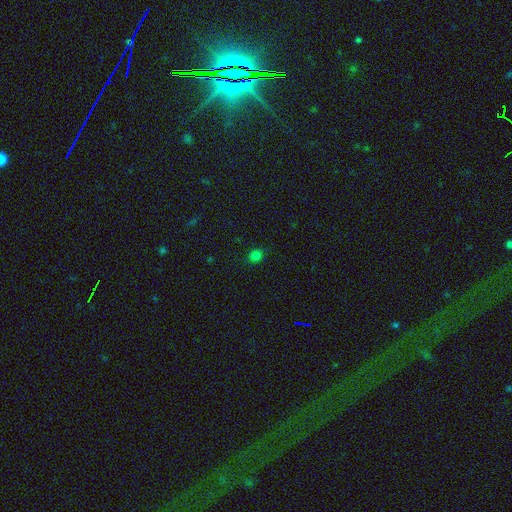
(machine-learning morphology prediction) smooth-or-featured: smooth: 78% | star or artifact: 19% | featured or disk: 4%
  how-rounded: round: 76% | in between: 23% | cigar-shaped: 1%
  merging: none: 83% | minor disturbance: 13% | major disturbance: 3% | merger: 1%